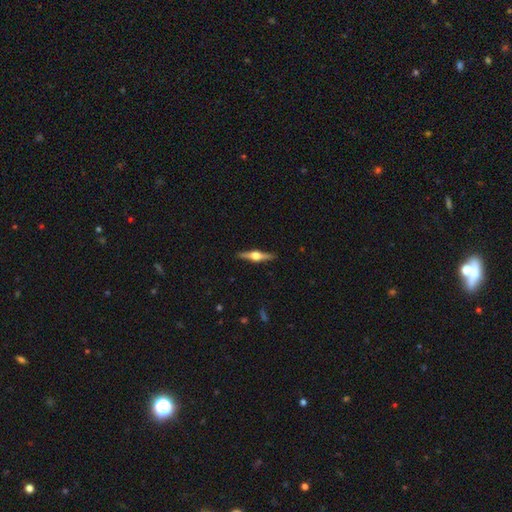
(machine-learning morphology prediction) A featured or disk galaxy (78%) viewed edge-on (98%) with a rounded central bulge (96%). Merging: none (91%).